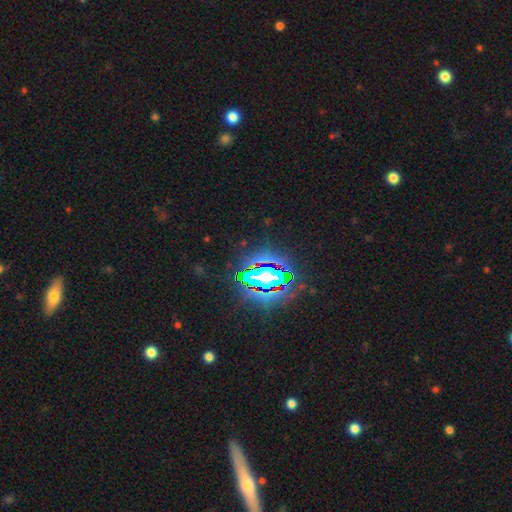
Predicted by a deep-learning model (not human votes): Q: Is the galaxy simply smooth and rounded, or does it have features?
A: star or artifact — 80%.